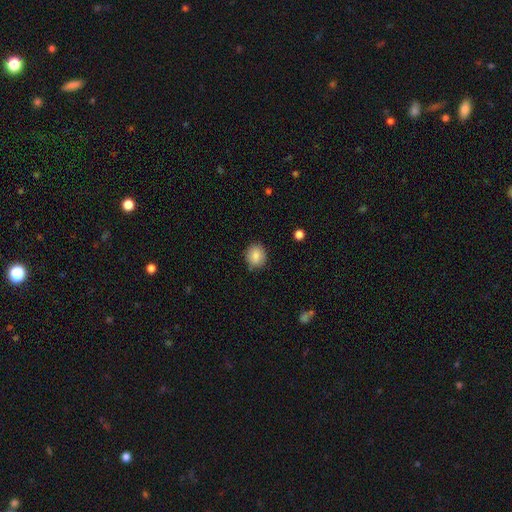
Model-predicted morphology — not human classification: smooth-or-featured: smooth: 86% | star or artifact: 8% | featured or disk: 6%
  how-rounded: round: 72% | in between: 27% | cigar-shaped: 1%
  merging: none: 86% | minor disturbance: 10% | major disturbance: 2% | merger: 1%